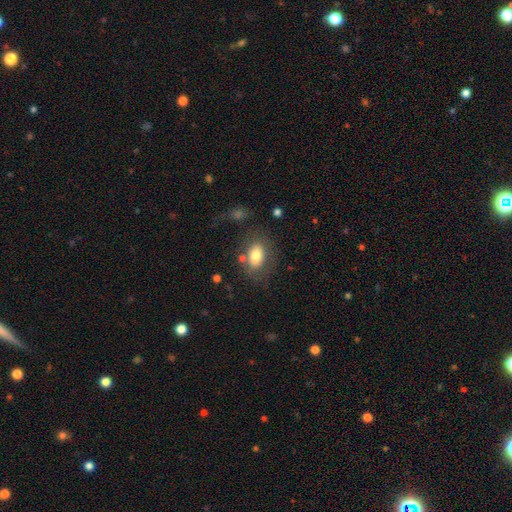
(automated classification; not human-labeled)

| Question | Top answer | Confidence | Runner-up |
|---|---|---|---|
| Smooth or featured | smooth | 76% | featured or disk (17%) |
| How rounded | in between | 85% | round (13%) |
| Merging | none | 66% | minor disturbance (17%) |